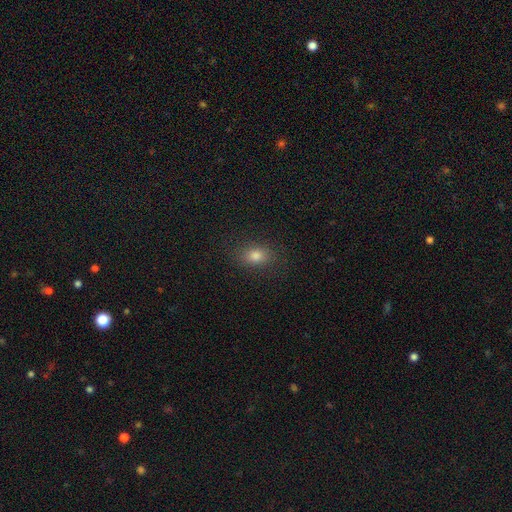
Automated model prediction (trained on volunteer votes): This is likely a smooth galaxy (79%). How rounded: likely in between (71%). Merging: clearly none (85%).